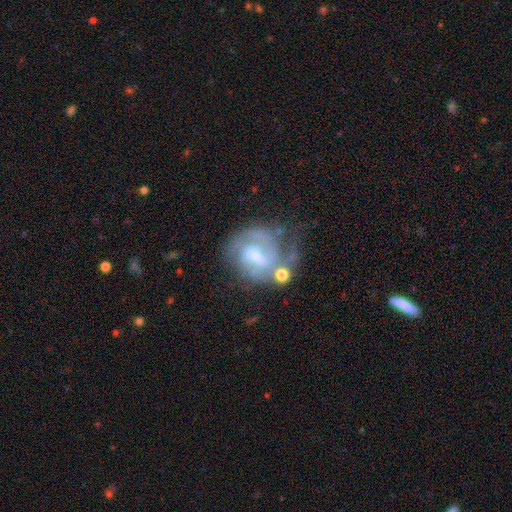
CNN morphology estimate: A featured or disk galaxy (81%) with a weak bar (55%), 2 (56%) tight (48%) spiral arms (93%) and a moderate central bulge (43%). Merging: none (51%).